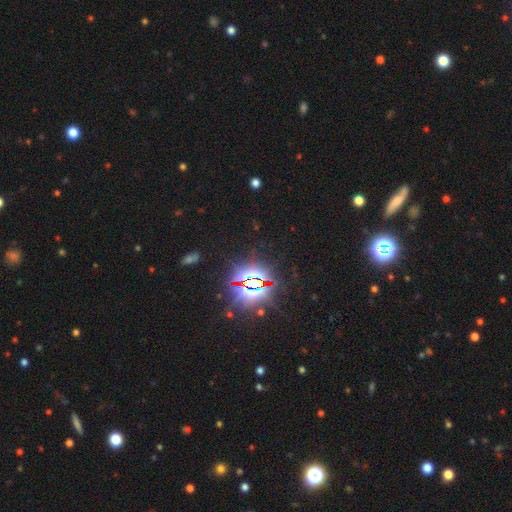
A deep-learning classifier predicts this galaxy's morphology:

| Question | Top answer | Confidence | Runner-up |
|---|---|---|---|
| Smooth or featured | star or artifact | 84% | smooth (10%) |